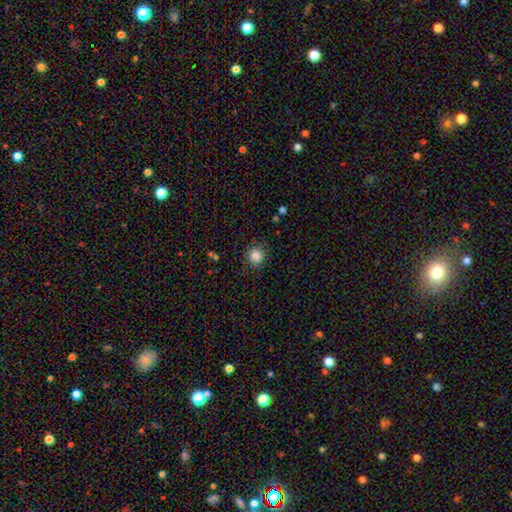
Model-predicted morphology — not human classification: A smooth galaxy with no disk features (84%) that is round (91%). Merging: none (83%).